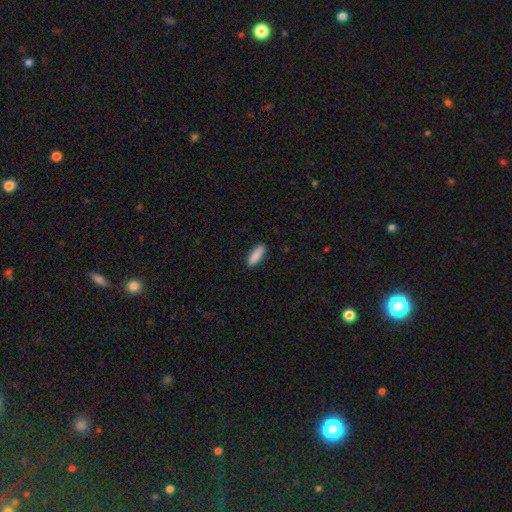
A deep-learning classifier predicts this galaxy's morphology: type=smooth (88%); roundness=cigar-shaped (56%); merging=none (89%).